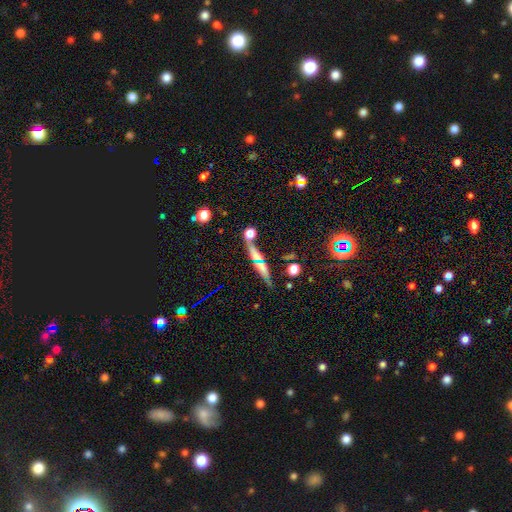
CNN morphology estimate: smooth_or_featured: featured or disk (p=0.48) [alt: smooth p=0.35]
merging: none (p=0.69) [alt: minor disturbance p=0.14]